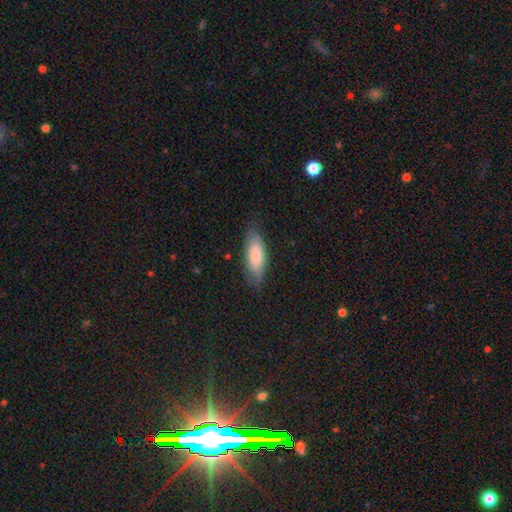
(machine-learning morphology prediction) Smooth or featured? smooth (78%)
How rounded? in between (71%)
Merging? none (77%)